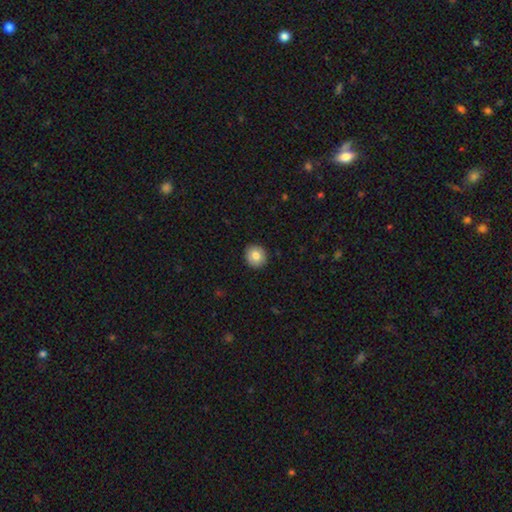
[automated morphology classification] A smooth galaxy with no disk features (82%) that is round (90%). Merging: none (92%).